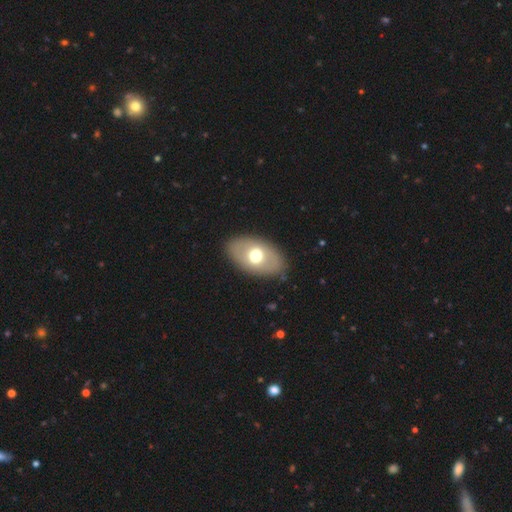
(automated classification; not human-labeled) Overall: smooth (55%; featured or disk 38%). How rounded: in between (89%). Merging: none (86%).